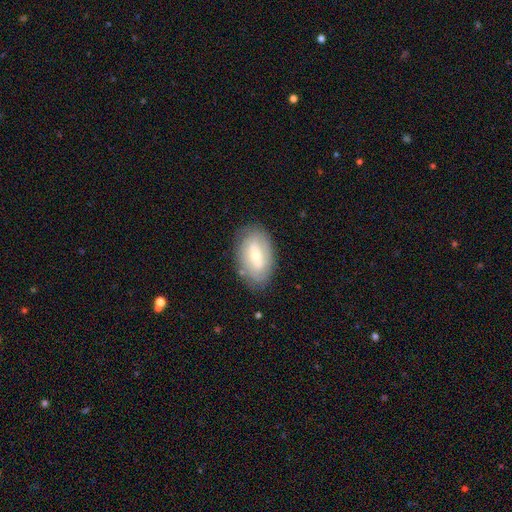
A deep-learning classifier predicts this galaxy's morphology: A featured or disk galaxy (51%).

Vote fractions:
- Smooth or featured? featured or disk: 51% / smooth: 42% / star or artifact: 7%
- Edge-on disk? no: 88% / yes: 12%
- Merging? none: 80% / minor disturbance: 14% / major disturbance: 4% / merger: 1%